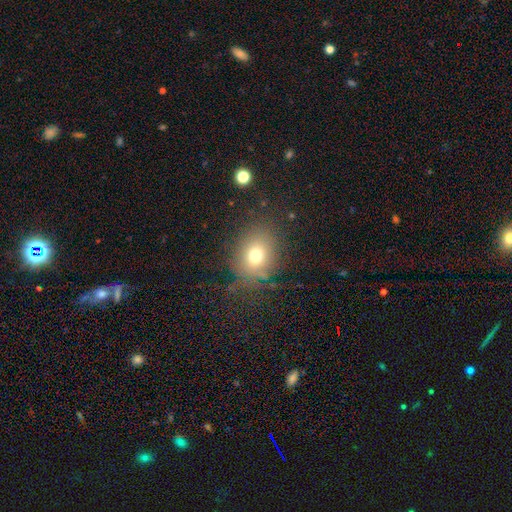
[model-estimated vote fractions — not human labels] Smooth or featured? Predicted: smooth (p=0.71). How rounded? Predicted: round (p=0.54). Merging? Predicted: none (p=0.76).